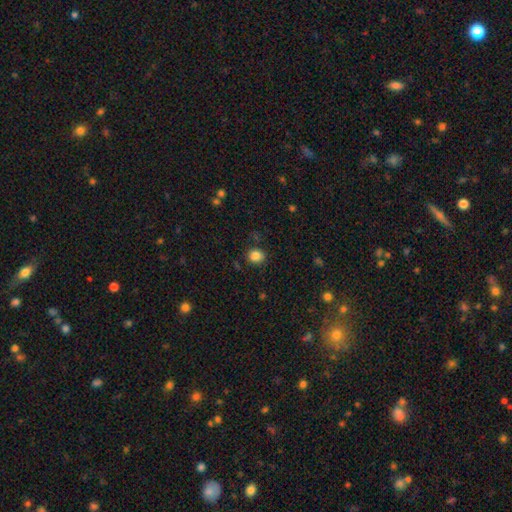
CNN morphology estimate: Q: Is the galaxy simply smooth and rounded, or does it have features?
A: smooth — 84%.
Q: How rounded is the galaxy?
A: round — 75%.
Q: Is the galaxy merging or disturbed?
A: none — 84%.